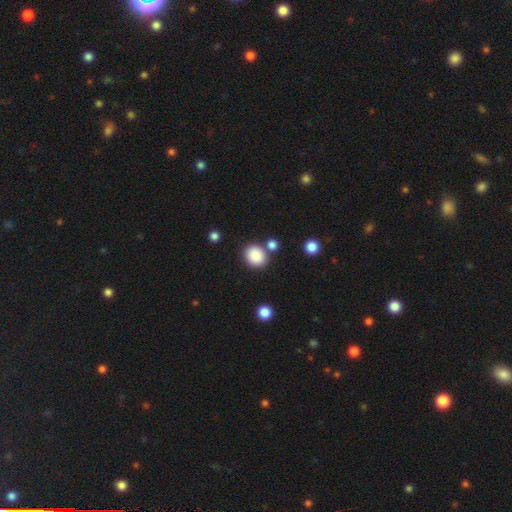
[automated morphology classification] Smooth or featured?
  - smooth: 86% *
  - star or artifact: 9%
  - featured or disk: 6%
How rounded?
  - round: 66% *
  - in between: 33%
  - cigar-shaped: 1%
Merging?
  - none: 74% *
  - merger: 14%
  - minor disturbance: 9%
  - major disturbance: 3%